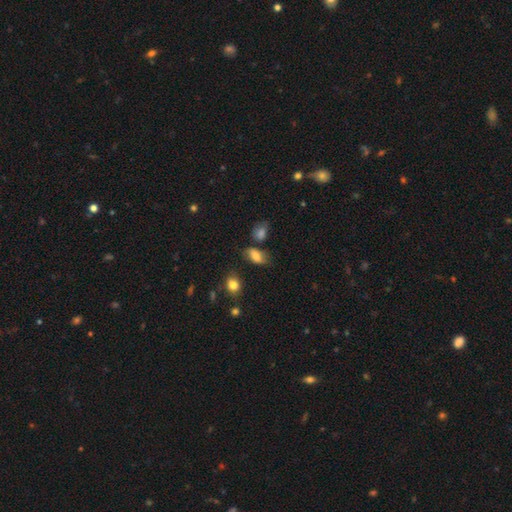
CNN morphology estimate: Overall: smooth (75%). How rounded: in between (86%). Merging: none (61%; minor disturbance 23%).